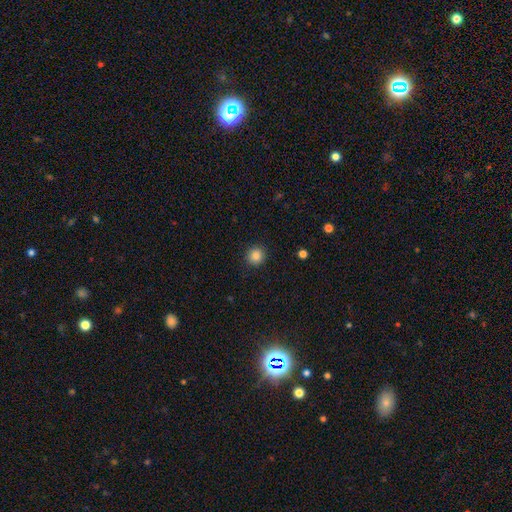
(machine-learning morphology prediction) smooth_or_featured: smooth (p=0.85) [alt: star or artifact p=0.11]
how_rounded: round (p=0.91) [alt: in between p=0.08]
merging: none (p=0.91) [alt: minor disturbance p=0.06]